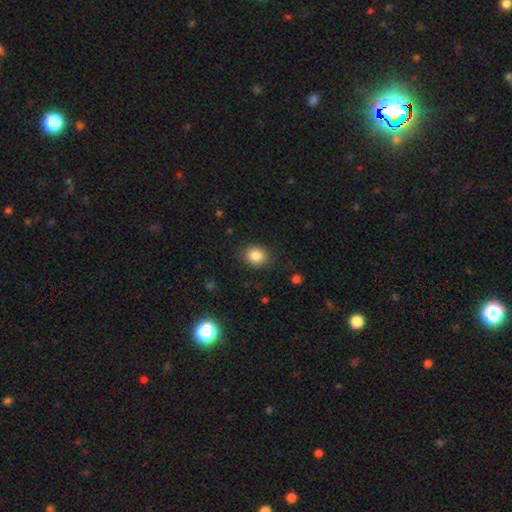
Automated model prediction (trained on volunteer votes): Q: Smooth or featured?
A: smooth (85%); runner-up: star or artifact (9%)
Q: How rounded?
A: round (60%); runner-up: in between (39%)
Q: Merging?
A: none (86%); runner-up: minor disturbance (10%)